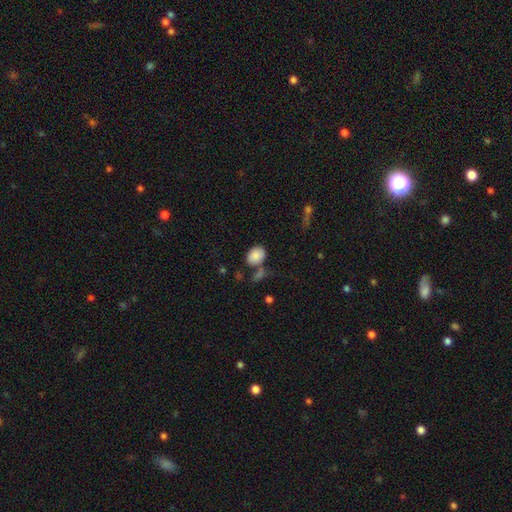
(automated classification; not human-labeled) The model was most divided on "how rounded": in between: 64%, round: 34%, cigar-shaped: 1%. More confident: smooth or featured — smooth (85%); merging — none (59%).